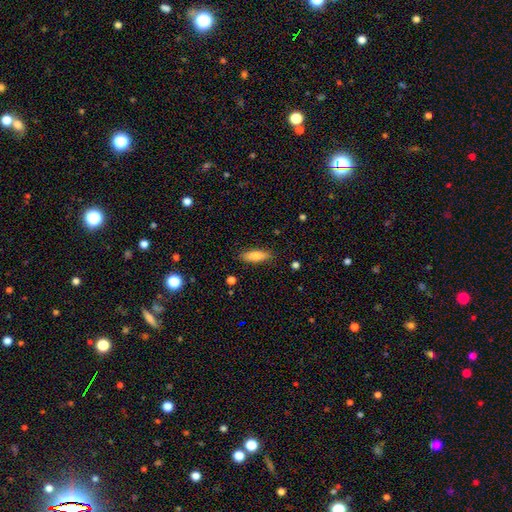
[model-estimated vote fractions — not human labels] Smooth or featured?
  - smooth: 80% *
  - featured or disk: 13%
  - star or artifact: 7%
How rounded?
  - in between: 60% *
  - cigar-shaped: 38%
  - round: 2%
Merging?
  - none: 84% *
  - minor disturbance: 12%
  - major disturbance: 3%
  - merger: 1%